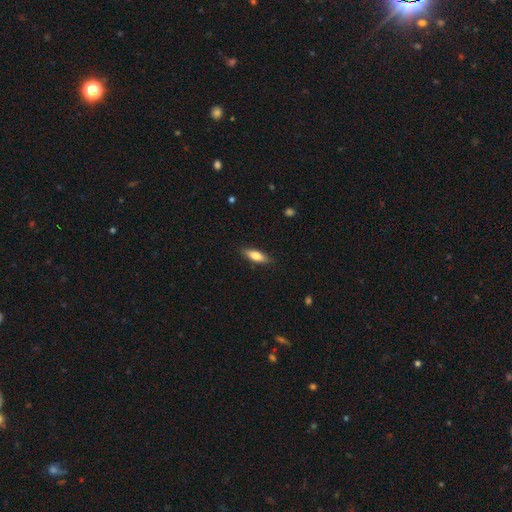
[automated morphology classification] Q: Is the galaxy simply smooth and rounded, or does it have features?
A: smooth — 76%.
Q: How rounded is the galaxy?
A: in between — 59%.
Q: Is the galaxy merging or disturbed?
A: none — 87%.